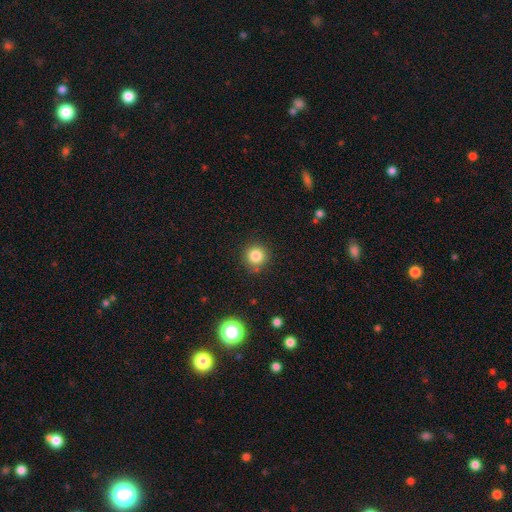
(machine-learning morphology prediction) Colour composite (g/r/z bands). It shows a smooth galaxy with no disk features (83%) that is round (93%). Merging: none (85%).